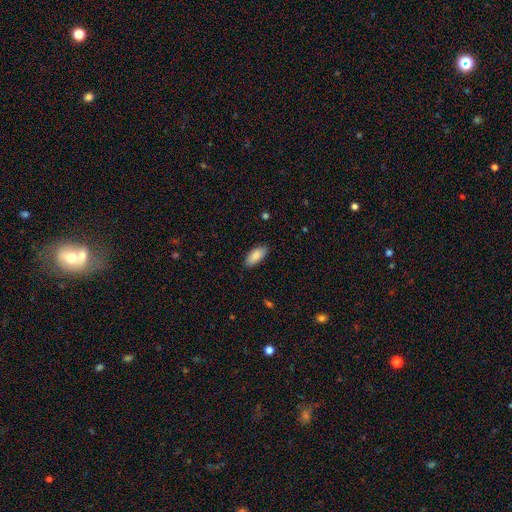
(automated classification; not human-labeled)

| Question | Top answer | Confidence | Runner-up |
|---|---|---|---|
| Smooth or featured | smooth | 88% | star or artifact (6%) |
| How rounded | in between | 88% | cigar-shaped (10%) |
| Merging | none | 87% | minor disturbance (10%) |